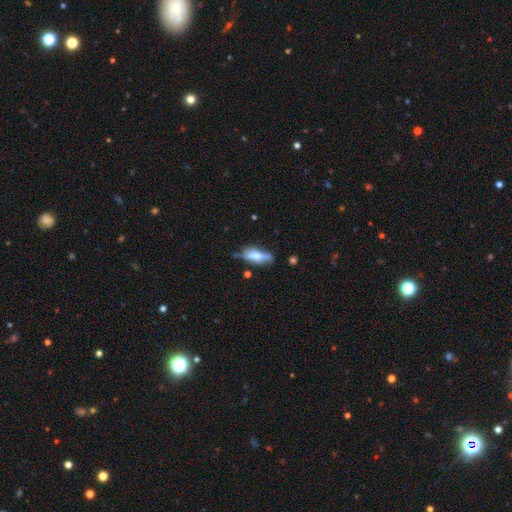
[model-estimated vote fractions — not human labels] A smooth galaxy with no disk features (57%) that is in between round and cigar-shaped (62%).

Vote fractions:
- Smooth or featured? smooth: 57% / featured or disk: 35% / star or artifact: 8%
- How rounded? in between: 62% / cigar-shaped: 35% / round: 2%
- Merging? none: 52% / minor disturbance: 29% / major disturbance: 10% / merger: 9%